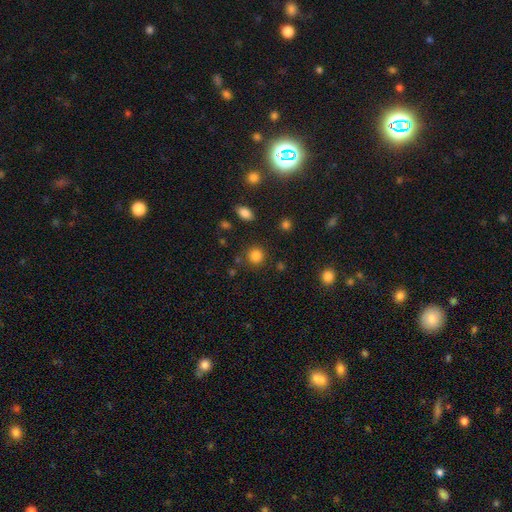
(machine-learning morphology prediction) A smooth galaxy with no disk features (84%) that is round (90%).

Vote fractions:
- Smooth or featured? smooth: 84% / star or artifact: 12% / featured or disk: 4%
- How rounded? round: 90% / in between: 9% / cigar-shaped: 1%
- Merging? none: 85% / minor disturbance: 8% / merger: 4% / major disturbance: 3%